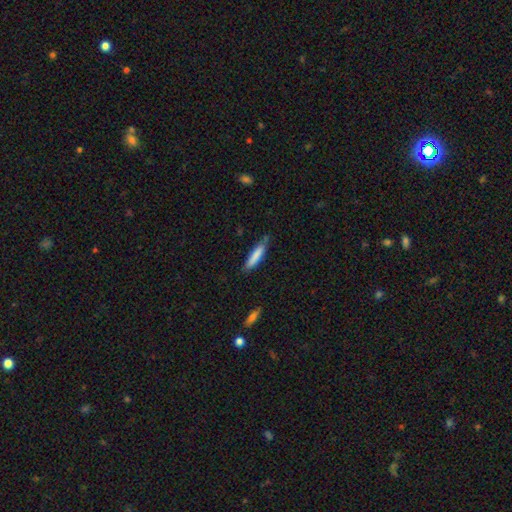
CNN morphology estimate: smooth 82%, featured or disk 12%, star or artifact 6%. Down the decision tree: how rounded — cigar-shaped (84%); merging — none (74%).